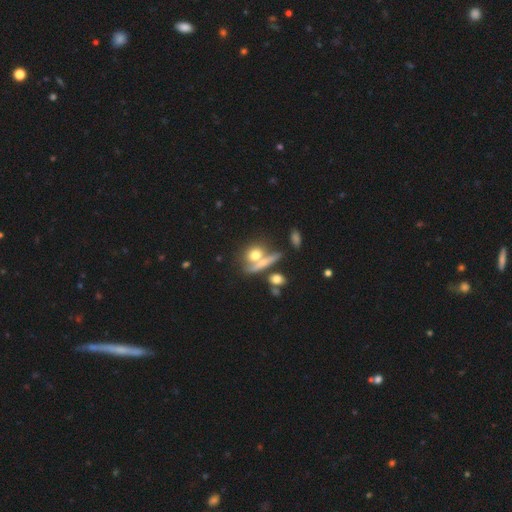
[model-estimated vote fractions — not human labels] Smooth or featured: smooth — 63% (featured or disk — 25%)
How rounded: round — 50% (in between — 36%)
Merging: none — 41% (merger — 40%)